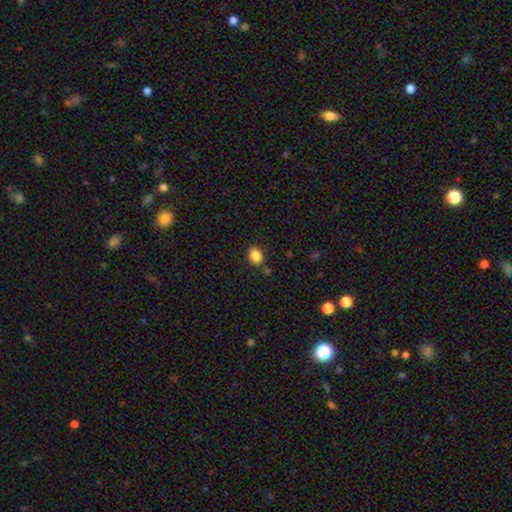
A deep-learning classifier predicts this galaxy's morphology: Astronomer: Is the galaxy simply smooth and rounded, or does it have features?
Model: smooth — 86%.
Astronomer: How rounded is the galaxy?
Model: in between — 68%.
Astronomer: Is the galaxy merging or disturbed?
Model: none — 82%.